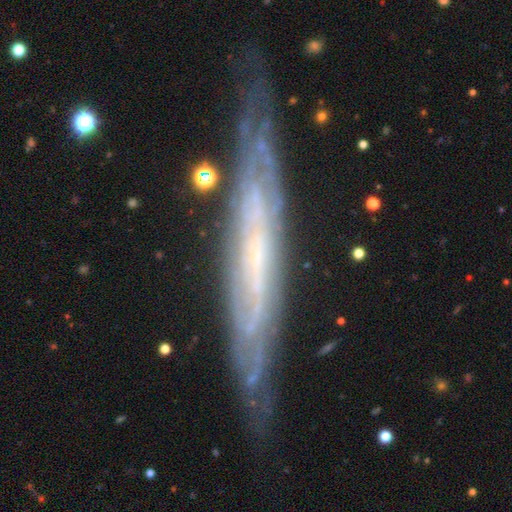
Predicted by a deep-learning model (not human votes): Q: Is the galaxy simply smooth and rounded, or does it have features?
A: featured or disk — 76%.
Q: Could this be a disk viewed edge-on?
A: yes — 66%.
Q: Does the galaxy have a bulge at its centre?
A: none — 81%.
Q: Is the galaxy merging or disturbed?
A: none — 76%.